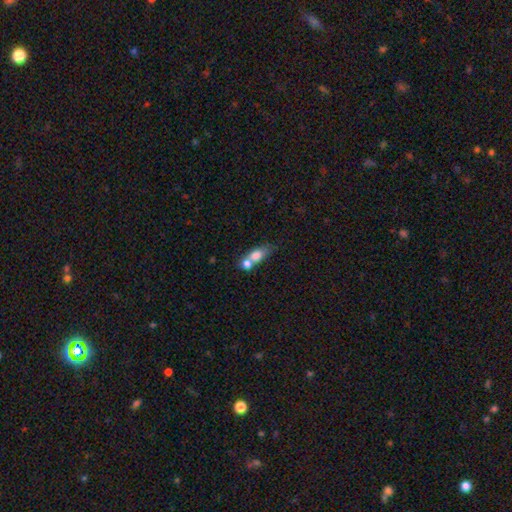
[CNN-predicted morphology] Overall: smooth (71%). How rounded: in between (63%; round 24%). Merging: merger (58%; none 26%).